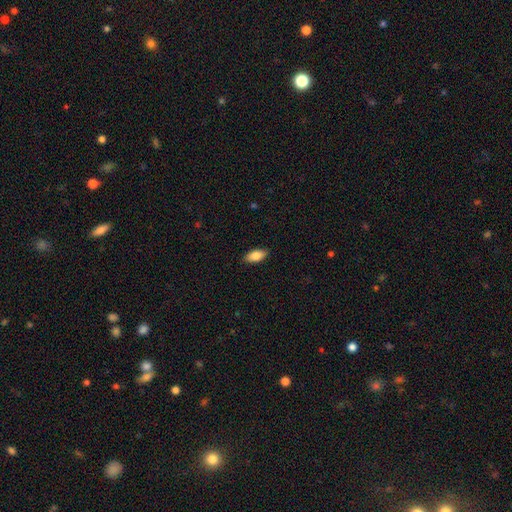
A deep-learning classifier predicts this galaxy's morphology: smooth 83%, featured or disk 10%, star or artifact 7%. Down the decision tree: how rounded — in between (88%); merging — none (89%).